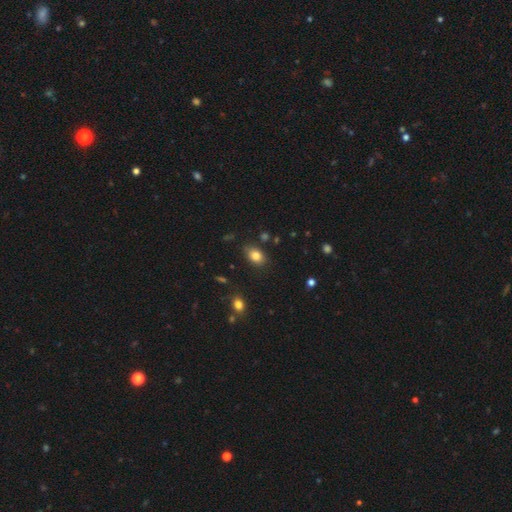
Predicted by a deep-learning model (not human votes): smooth-or-featured: smooth: 82% | star or artifact: 10% | featured or disk: 8%
  how-rounded: in between: 79% | round: 20% | cigar-shaped: 1%
  merging: none: 82% | minor disturbance: 13% | major disturbance: 3% | merger: 2%